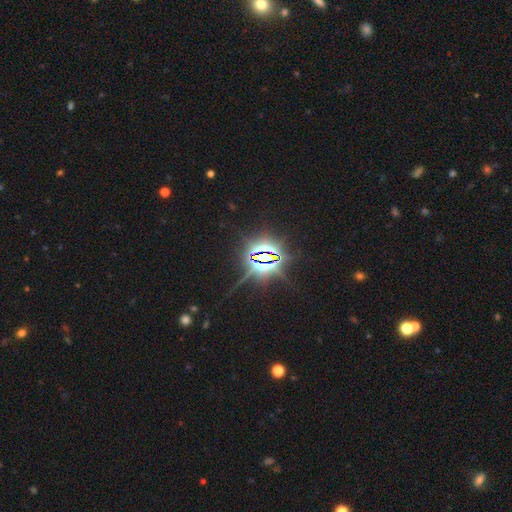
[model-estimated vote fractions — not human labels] star or artifact 84%, featured or disk 8%, smooth 7%.